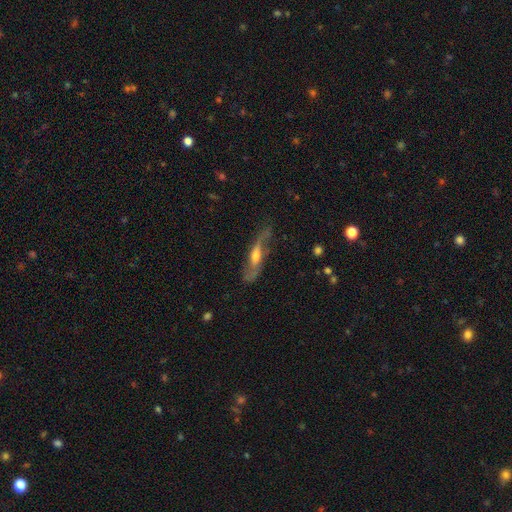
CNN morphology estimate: type=featured or disk (69%); edge-on=no (61%); merging=none (57%).